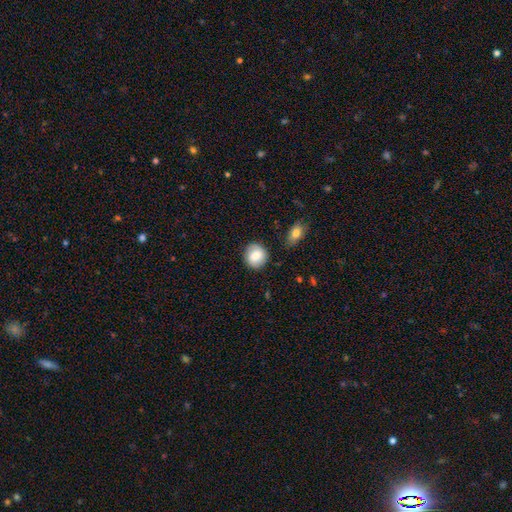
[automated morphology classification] A smooth galaxy with no disk features (81%) that is round (85%). Merging: none (84%).